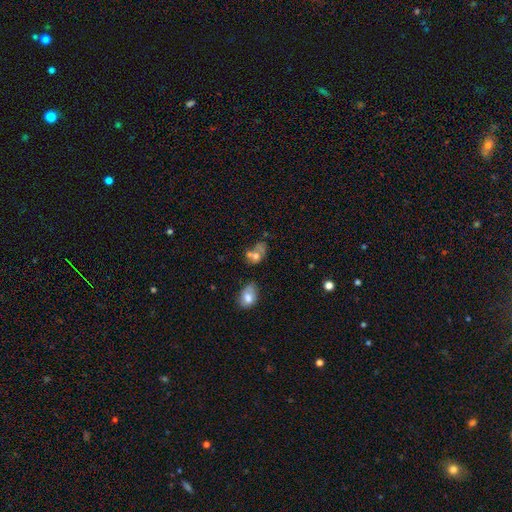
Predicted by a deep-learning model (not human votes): smooth_or_featured: smooth (p=0.58) [alt: featured or disk p=0.28]
how_rounded: in between (p=0.62) [alt: round p=0.37]
merging: merger (p=0.46) [alt: none p=0.25]